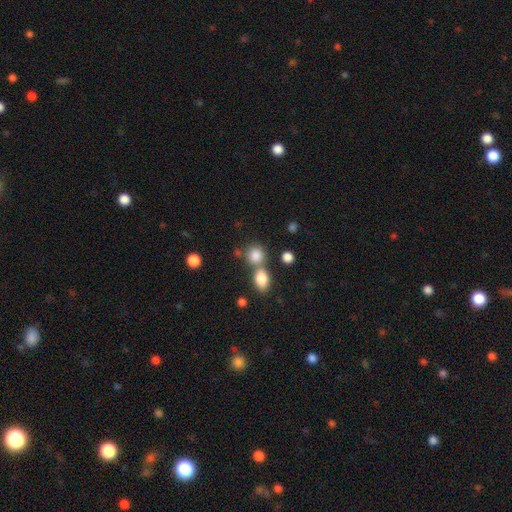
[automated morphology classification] Q: Smooth or featured?
A: smooth (83%); runner-up: star or artifact (10%)
Q: How rounded?
A: round (75%); runner-up: in between (24%)
Q: Merging?
A: none (52%); runner-up: merger (37%)